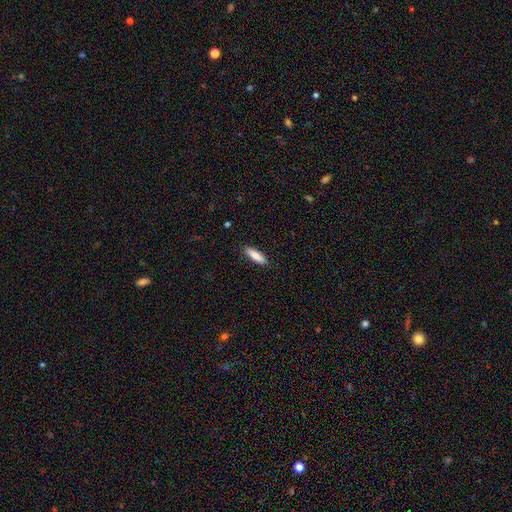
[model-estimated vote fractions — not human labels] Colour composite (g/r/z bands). It shows a smooth galaxy with no disk features (84%) that is cigar-shaped (67%). Merging: none (90%).